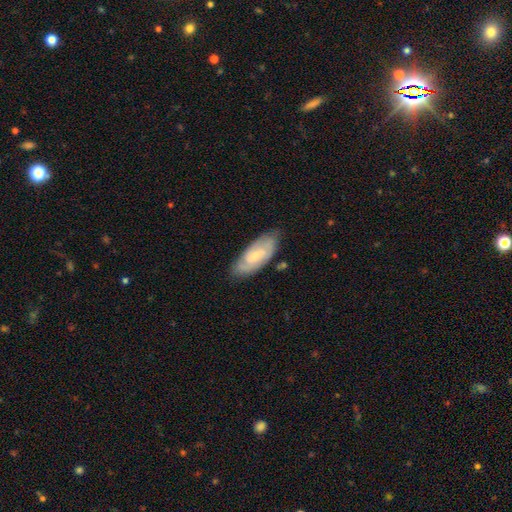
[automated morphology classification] Smooth or featured? Predicted: featured or disk (p=0.59). Edge-on disk? Predicted: no (p=0.90). Bar? Predicted: no (p=0.56). Spiral arms? Predicted: yes (p=0.87). Bulge size? Predicted: small (p=0.65). Merging? Predicted: none (p=0.75).